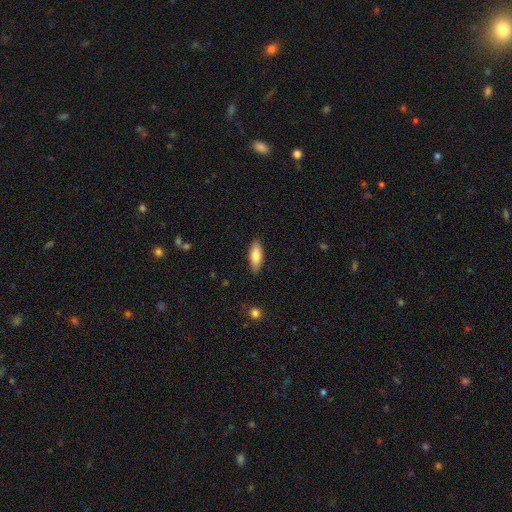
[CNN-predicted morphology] A smooth galaxy with no disk features (76%) that is in between round and cigar-shaped (68%).

Vote fractions:
- Smooth or featured? smooth: 76% / featured or disk: 18% / star or artifact: 6%
- How rounded? in between: 68% / cigar-shaped: 30% / round: 2%
- Merging? none: 88% / minor disturbance: 9% / major disturbance: 2% / merger: 1%